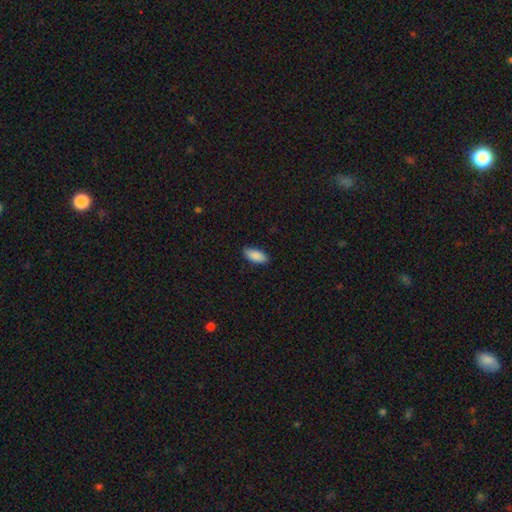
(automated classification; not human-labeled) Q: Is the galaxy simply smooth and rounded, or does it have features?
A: smooth — 90%.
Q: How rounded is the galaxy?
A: in between — 87%.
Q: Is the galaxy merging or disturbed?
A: none — 86%.